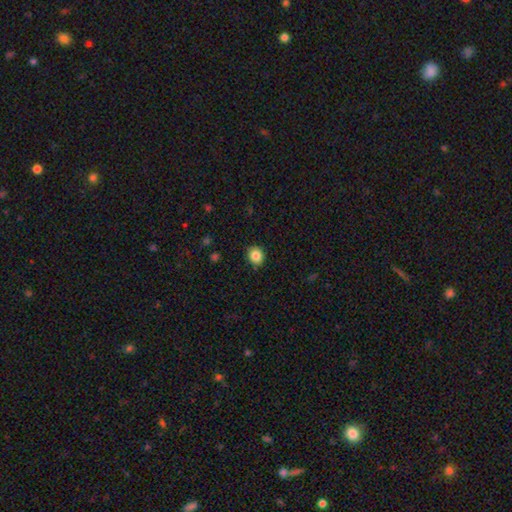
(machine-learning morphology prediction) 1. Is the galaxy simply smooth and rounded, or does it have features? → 84% smooth, 10% star or artifact, 6% featured or disk.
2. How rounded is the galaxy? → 78% round, 21% in between, 1% cigar-shaped.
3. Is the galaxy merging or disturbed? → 89% none, 8% minor disturbance, 2% major disturbance, 1% merger.